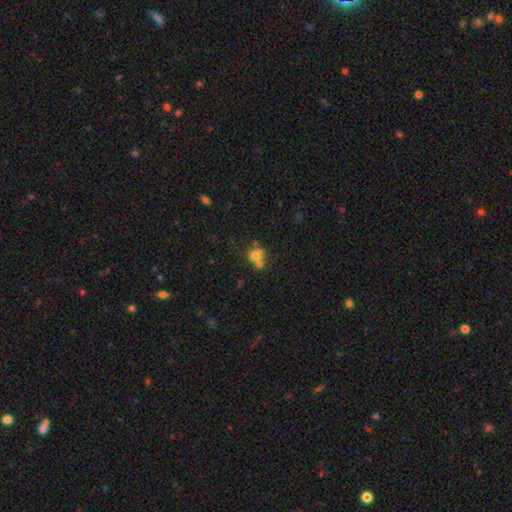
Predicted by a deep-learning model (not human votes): smooth_or_featured: smooth (p=0.67) [alt: featured or disk p=0.19]
how_rounded: round (p=0.77) [alt: in between p=0.22]
merging: merger (p=0.47) [alt: none p=0.39]